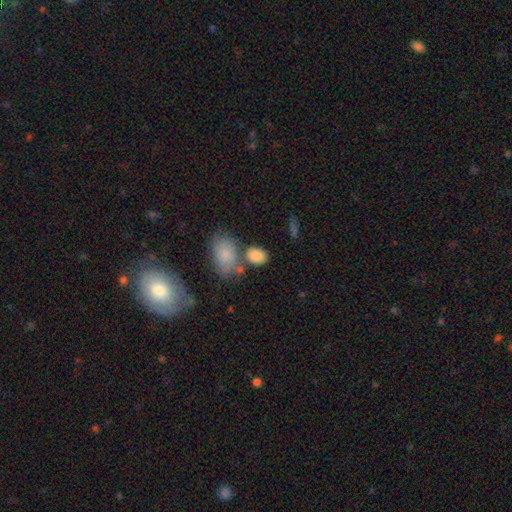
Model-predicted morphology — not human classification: smooth 85%, star or artifact 7%, featured or disk 7%. Down the decision tree: how rounded — in between (76%); merging — none (57%).